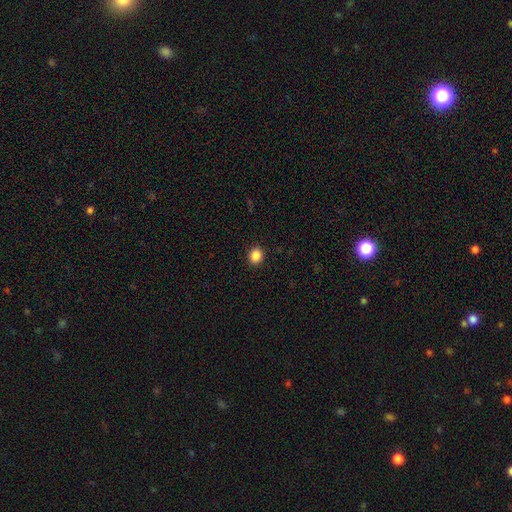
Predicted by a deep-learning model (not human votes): smooth-or-featured: smooth: 87% | star or artifact: 10% | featured or disk: 3%
  how-rounded: round: 72% | in between: 27% | cigar-shaped: 1%
  merging: none: 92% | minor disturbance: 6% | major disturbance: 2% | merger: 1%